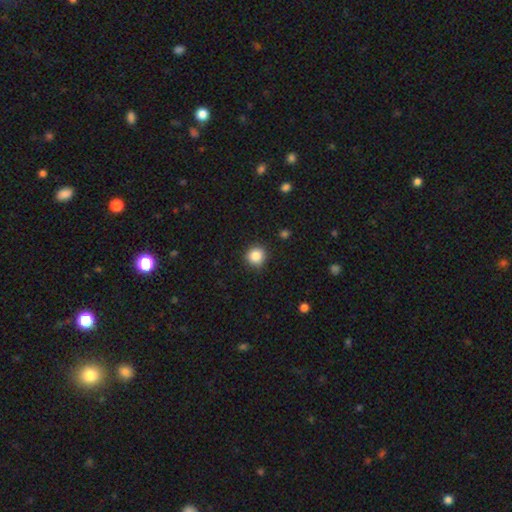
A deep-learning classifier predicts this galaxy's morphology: Smooth or featured?
  - smooth: 86% *
  - star or artifact: 10%
  - featured or disk: 4%
How rounded?
  - round: 93% *
  - in between: 6%
  - cigar-shaped: 1%
Merging?
  - none: 89% *
  - minor disturbance: 7%
  - major disturbance: 2%
  - merger: 1%